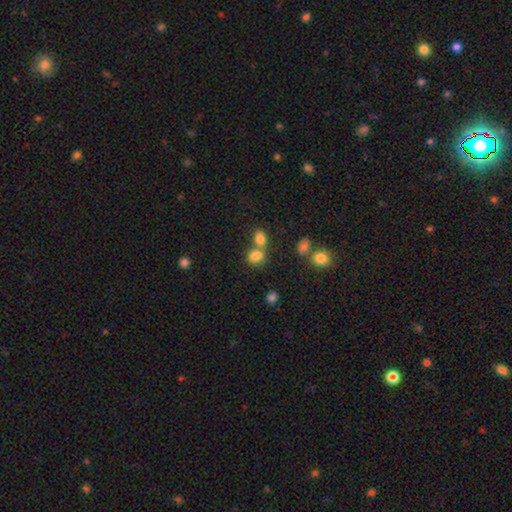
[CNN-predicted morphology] Smooth or featured? Predicted: smooth (p=0.79). How rounded? Predicted: in between (p=0.54). Merging? Predicted: merger (p=0.47).